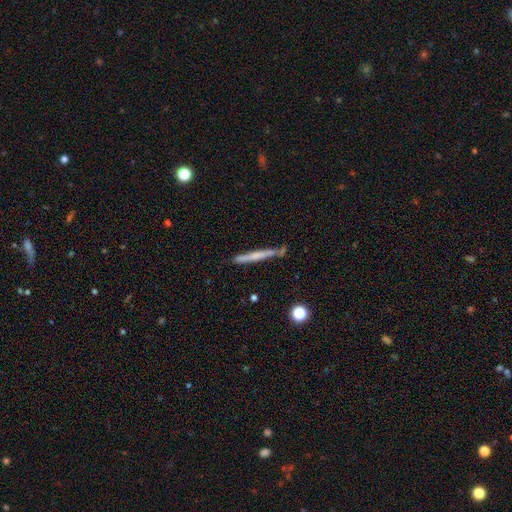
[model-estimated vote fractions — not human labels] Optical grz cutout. It shows a smooth galaxy with no disk features (50%) that is cigar-shaped (96%). Merging: none (76%).